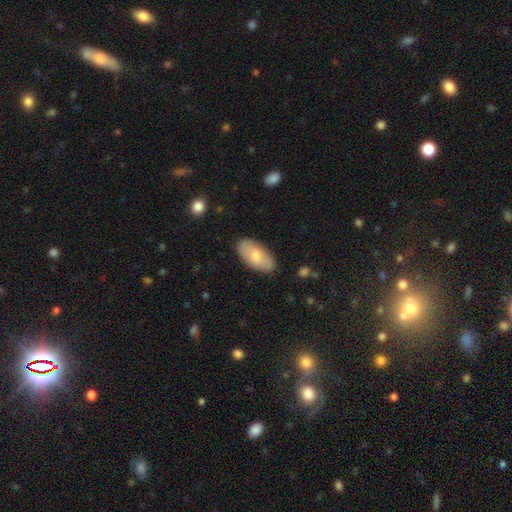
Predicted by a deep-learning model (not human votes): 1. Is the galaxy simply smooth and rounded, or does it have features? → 70% smooth, 25% featured or disk, 6% star or artifact.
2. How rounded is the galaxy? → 94% in between, 4% cigar-shaped, 2% round.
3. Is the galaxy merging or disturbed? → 84% none, 12% minor disturbance, 2% major disturbance, 1% merger.